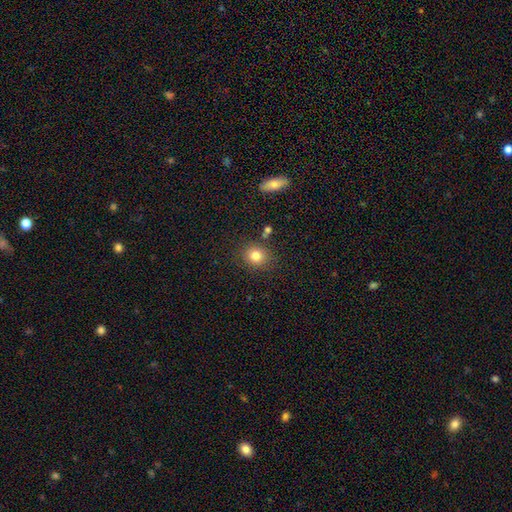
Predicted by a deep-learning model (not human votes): Overall: smooth (81%). How rounded: round (77%). Merging: none (82%).